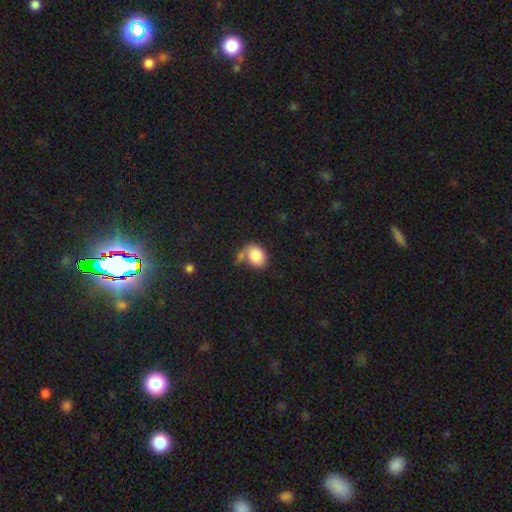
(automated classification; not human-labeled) Smooth or featured: smooth — 83% (featured or disk — 9%)
How rounded: in between — 63% (round — 36%)
Merging: none — 49% (merger — 22%)